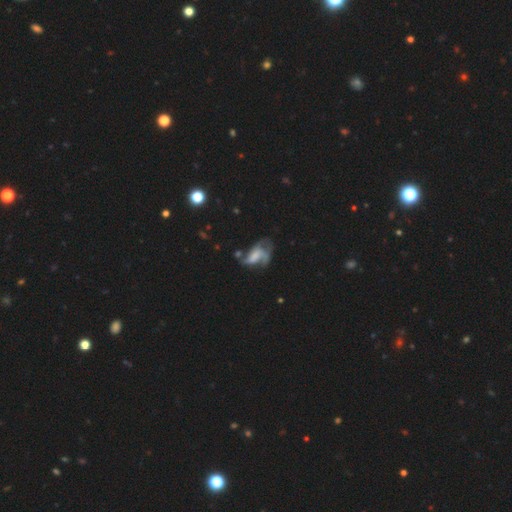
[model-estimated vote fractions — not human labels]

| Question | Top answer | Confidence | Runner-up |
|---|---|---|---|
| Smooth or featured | featured or disk | 63% | smooth (26%) |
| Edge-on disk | no | 96% | yes (4%) |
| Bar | no | 58% | weak (30%) |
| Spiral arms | yes | 72% | no (28%) |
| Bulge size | none | 42% | moderate (22%) |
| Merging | major disturbance | 42% | none (29%) |